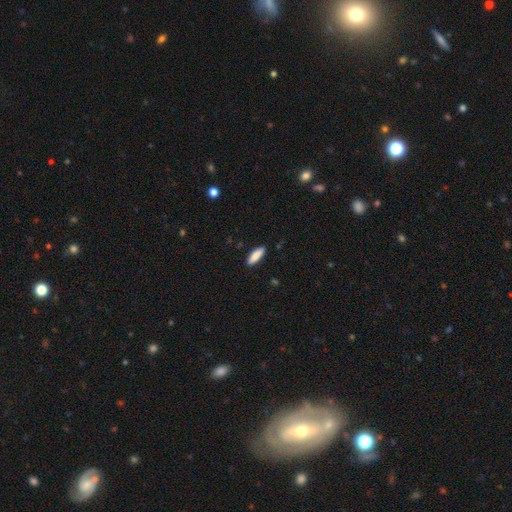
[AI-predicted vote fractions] This is clearly a smooth galaxy (87%). How rounded: possibly in between (55%). Merging: clearly none (88%).